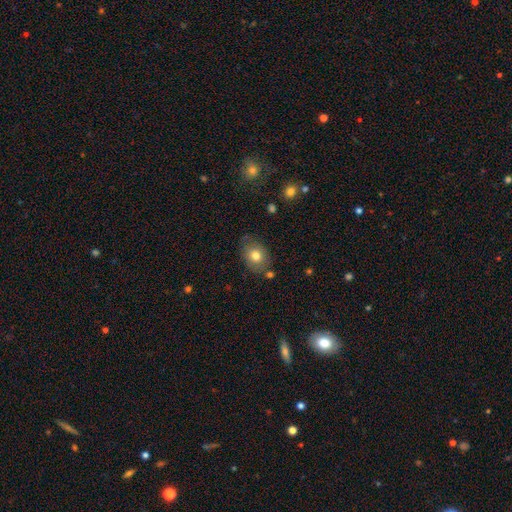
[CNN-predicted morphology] The model was most divided on "how rounded": in between: 65%, round: 34%, cigar-shaped: 1%. More confident: smooth or featured — smooth (76%); merging — none (74%).